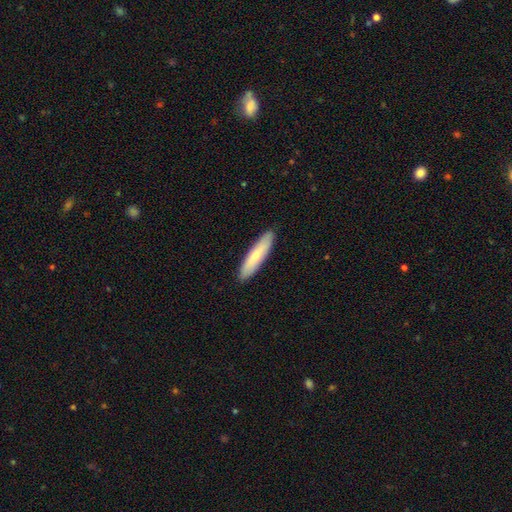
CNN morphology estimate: A smooth galaxy with no disk features (68%) that is cigar-shaped (79%). Merging: none (91%).